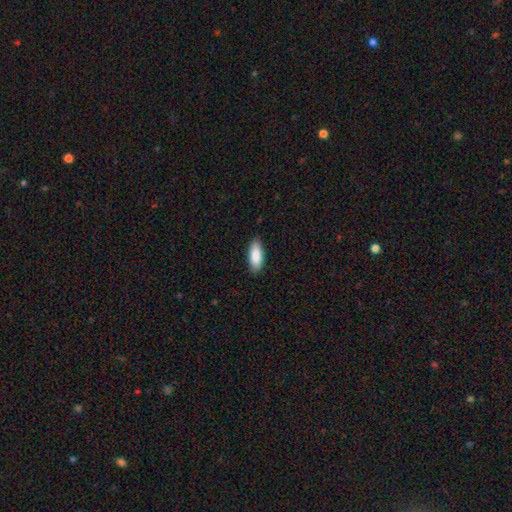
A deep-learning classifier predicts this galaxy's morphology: type=smooth (88%); roundness=in between (81%); merging=none (86%).